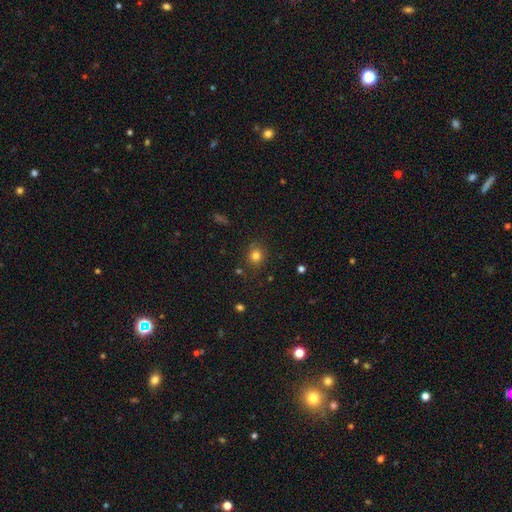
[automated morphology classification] Q: Smooth or featured?
A: smooth (80%); runner-up: star or artifact (14%)
Q: How rounded?
A: round (82%); runner-up: in between (17%)
Q: Merging?
A: none (82%); runner-up: minor disturbance (11%)